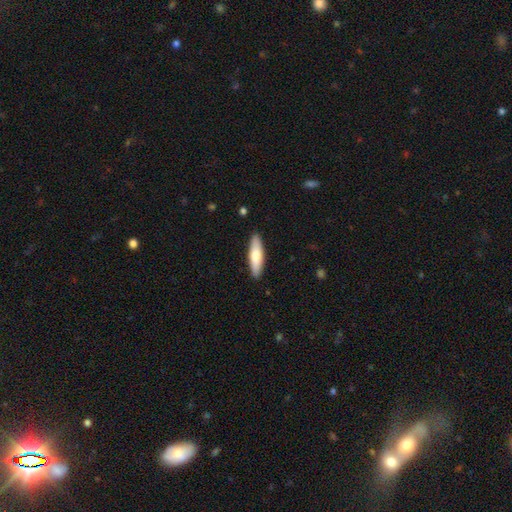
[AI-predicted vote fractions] smooth_or_featured: smooth (p=0.72) [alt: featured or disk p=0.24]
how_rounded: cigar-shaped (p=0.64) [alt: in between p=0.35]
merging: none (p=0.90) [alt: minor disturbance p=0.08]